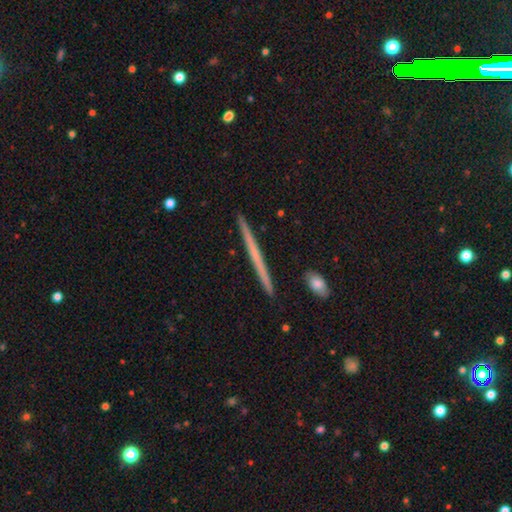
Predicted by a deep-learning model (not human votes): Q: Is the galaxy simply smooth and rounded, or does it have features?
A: featured or disk — 54%.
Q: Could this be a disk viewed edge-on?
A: yes — 98%.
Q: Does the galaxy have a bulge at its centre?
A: none — 86%.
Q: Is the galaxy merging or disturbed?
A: none — 92%.